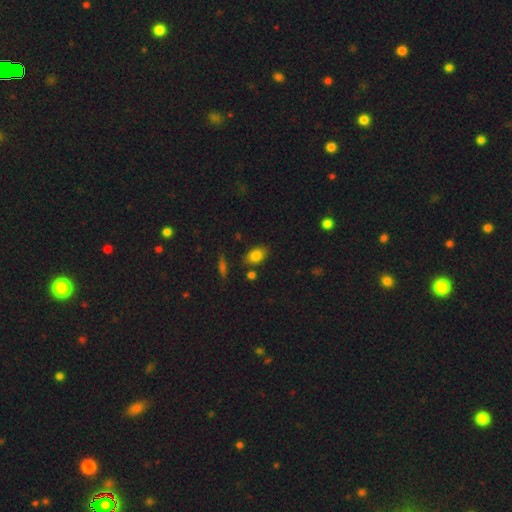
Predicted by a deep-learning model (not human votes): A smooth galaxy with no disk features (82%) that is in between round and cigar-shaped (84%). Merging: none (78%).